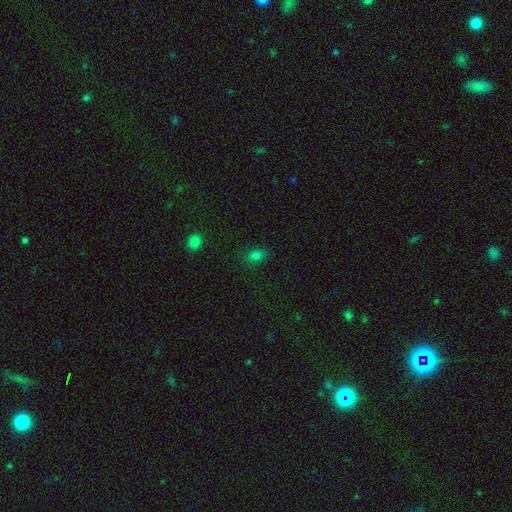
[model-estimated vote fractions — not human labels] Q: Smooth or featured?
A: smooth (79%); runner-up: star or artifact (16%)
Q: How rounded?
A: in between (77%); runner-up: round (20%)
Q: Merging?
A: none (83%); runner-up: minor disturbance (12%)